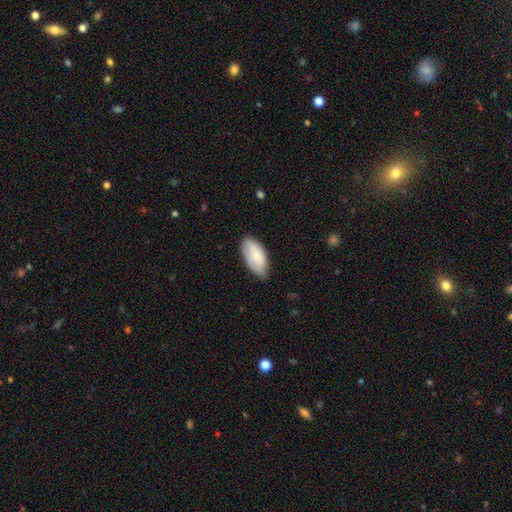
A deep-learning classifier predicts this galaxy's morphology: This appears to be a smooth galaxy with no disk features (71%) that is in between round and cigar-shaped (93%). Merging: none (68%).